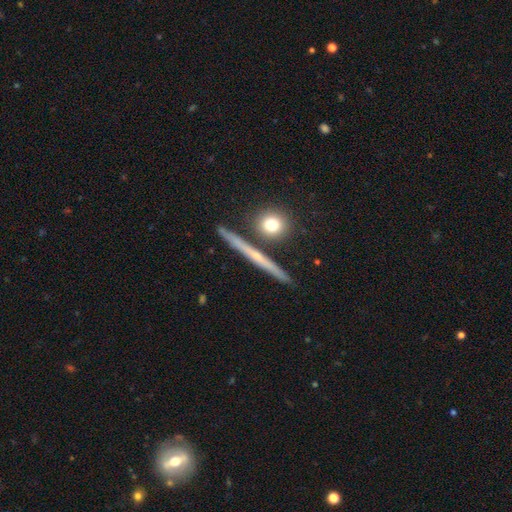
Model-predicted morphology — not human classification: Q: Smooth or featured?
A: featured or disk (57%); runner-up: smooth (35%)
Q: Edge-on disk?
A: yes (94%); runner-up: no (6%)
Q: Edge-on bulge?
A: none (66%); runner-up: rounded (29%)
Q: Merging?
A: none (84%); runner-up: minor disturbance (8%)